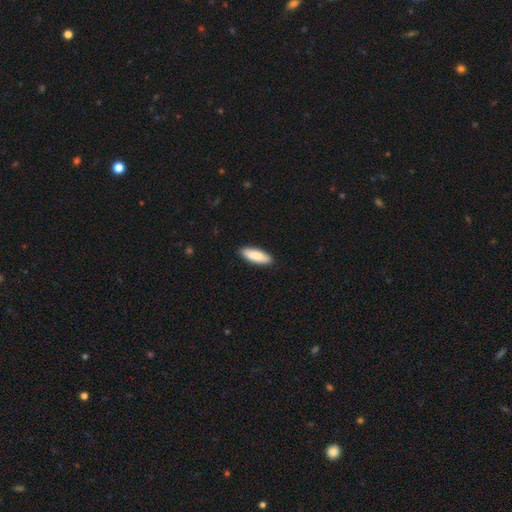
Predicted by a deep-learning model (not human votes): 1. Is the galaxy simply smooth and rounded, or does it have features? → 88% smooth, 7% featured or disk, 5% star or artifact.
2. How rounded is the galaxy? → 59% in between, 39% cigar-shaped, 2% round.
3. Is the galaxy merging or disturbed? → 90% none, 7% minor disturbance, 1% major disturbance, 1% merger.